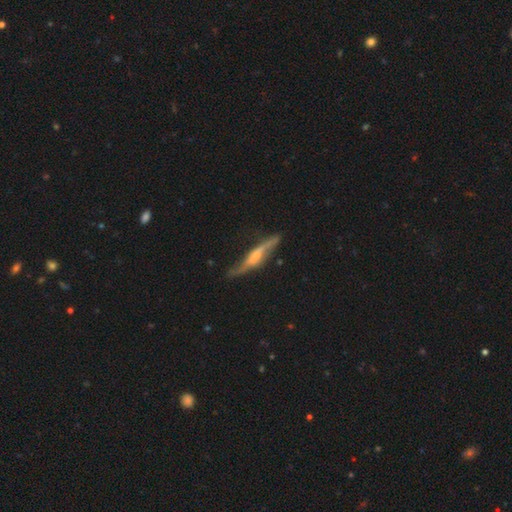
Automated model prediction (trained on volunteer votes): A featured or disk galaxy (72%) viewed edge-on (72%) with a rounded central bulge (51%).

Vote fractions:
- Smooth or featured? featured or disk: 72% / smooth: 22% / star or artifact: 6%
- Edge-on disk? yes: 72% / no: 28%
- Edge-on bulge? rounded: 51% / boxy: 27% / none: 22%
- Merging? none: 61% / minor disturbance: 25% / major disturbance: 10% / merger: 3%